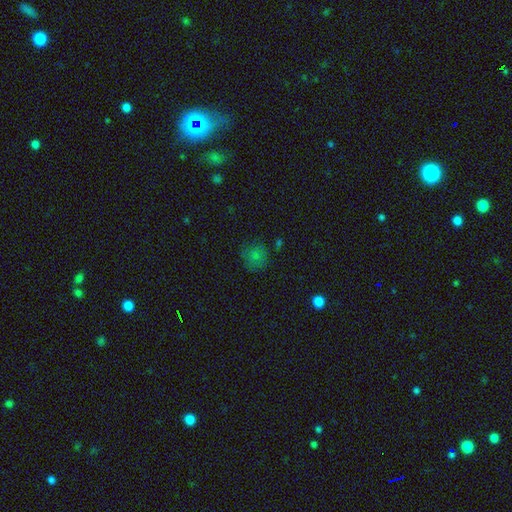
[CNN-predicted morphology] smooth 74%, star or artifact 19%, featured or disk 7%. Down the decision tree: how rounded — round (86%); merging — none (73%).